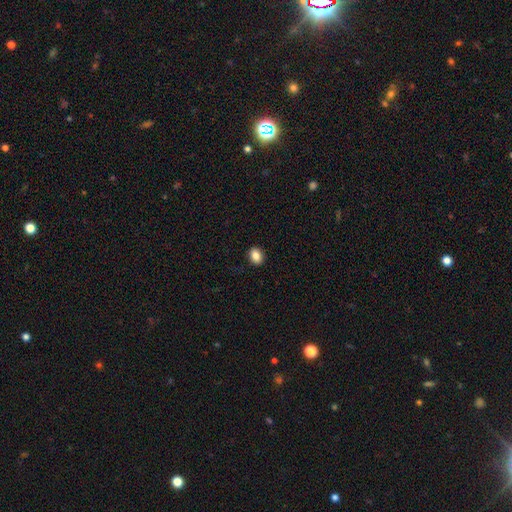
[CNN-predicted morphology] type=smooth (86%); roundness=in between (66%); merging=none (90%).